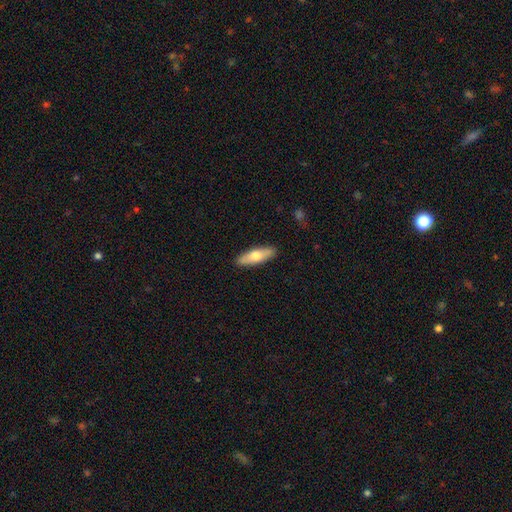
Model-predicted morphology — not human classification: Overall: smooth (66%; featured or disk 28%). How rounded: in between (49%; cigar-shaped 48%). Merging: none (90%).